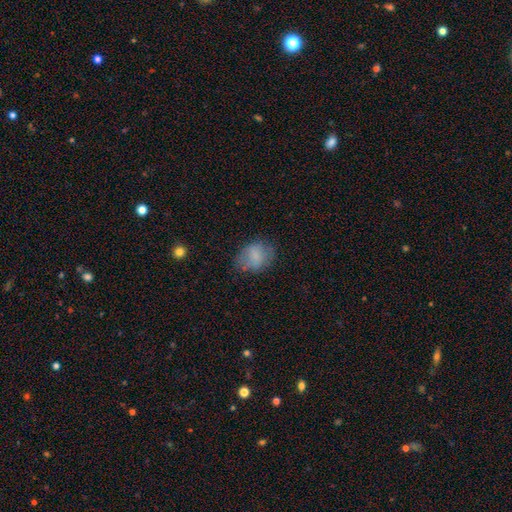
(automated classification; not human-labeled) smooth_or_featured: smooth (p=0.74) [alt: featured or disk p=0.17]
how_rounded: in between (p=0.64) [alt: round p=0.35]
merging: none (p=0.63) [alt: minor disturbance p=0.25]